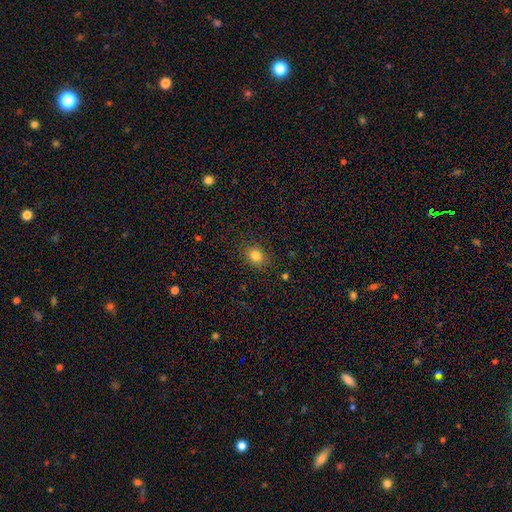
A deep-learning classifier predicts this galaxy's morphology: type=smooth (82%); roundness=round (58%); merging=none (87%).